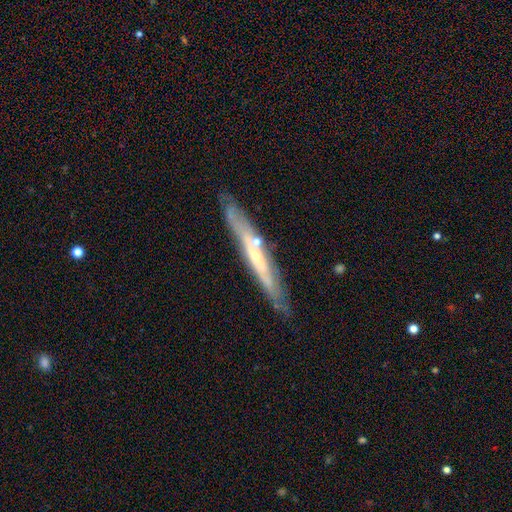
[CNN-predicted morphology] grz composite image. It shows a featured or disk galaxy (67%) viewed edge-on (82%) with no central bulge (52%). Merging: none (78%).